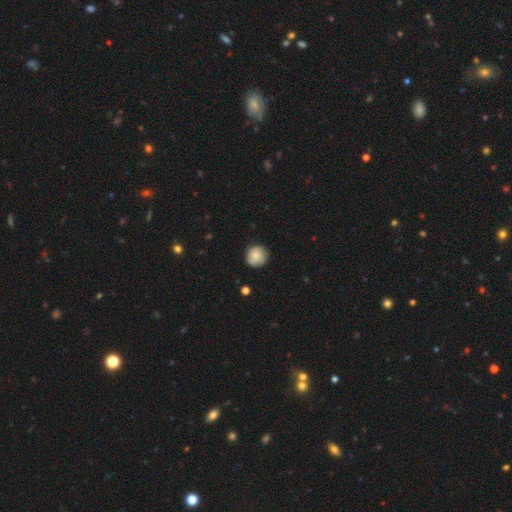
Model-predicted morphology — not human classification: A smooth galaxy with no disk features (79%) that is round (91%). Merging: none (81%).